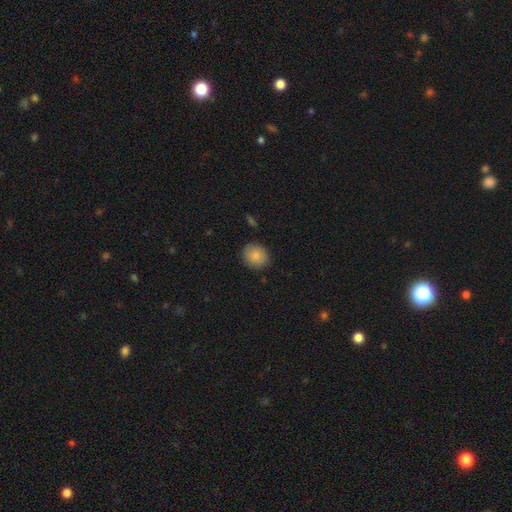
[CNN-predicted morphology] The model was most divided on "how rounded": round: 77%, in between: 22%, cigar-shaped: 1%. More confident: merging — none (87%); smooth or featured — smooth (86%).